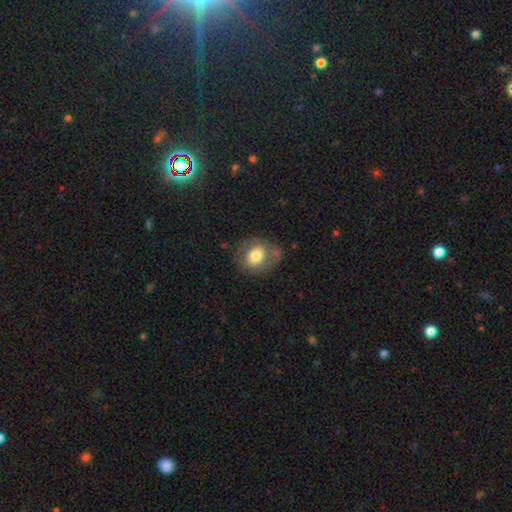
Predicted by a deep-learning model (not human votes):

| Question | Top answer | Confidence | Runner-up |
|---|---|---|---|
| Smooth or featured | smooth | 61% | featured or disk (31%) |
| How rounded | round | 61% | in between (38%) |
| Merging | none | 65% | minor disturbance (20%) |